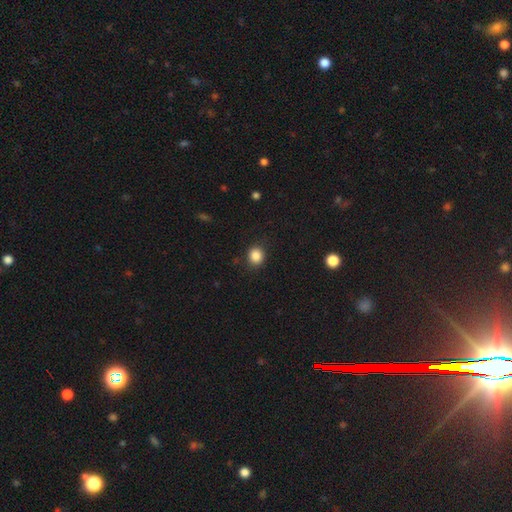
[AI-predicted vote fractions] Smooth or featured?
  - smooth: 86% *
  - star or artifact: 10%
  - featured or disk: 4%
How rounded?
  - round: 77% *
  - in between: 22%
  - cigar-shaped: 1%
Merging?
  - none: 86% *
  - minor disturbance: 10%
  - major disturbance: 3%
  - merger: 1%